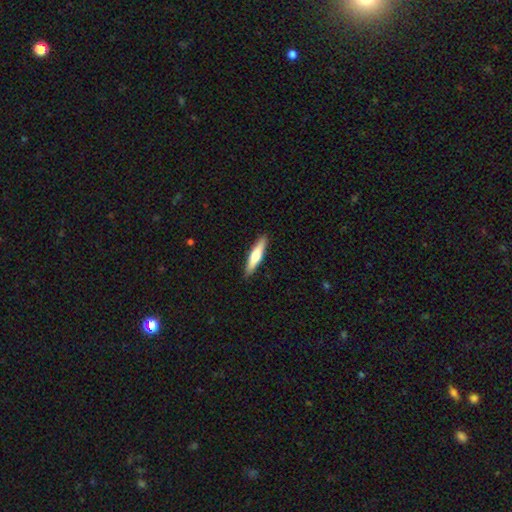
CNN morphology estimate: This is possibly a smooth galaxy (54%). How rounded: clearly cigar-shaped (81%). Merging: clearly none (90%).